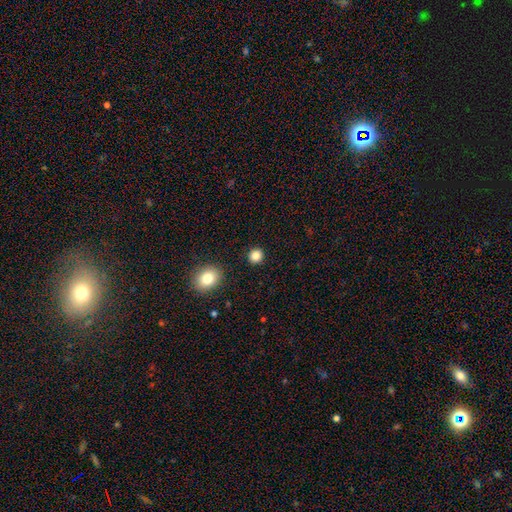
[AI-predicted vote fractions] The model was most divided on "smooth or featured": smooth: 84%, star or artifact: 11%, featured or disk: 4%. More confident: merging — none (91%); how rounded — round (87%).